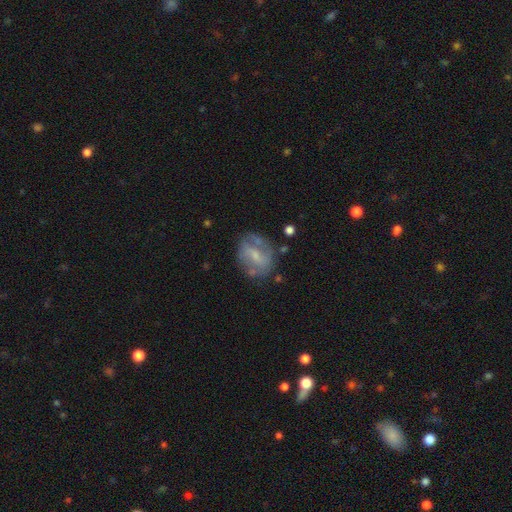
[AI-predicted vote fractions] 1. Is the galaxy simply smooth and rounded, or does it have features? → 63% featured or disk, 30% smooth, 7% star or artifact.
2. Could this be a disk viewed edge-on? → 96% no, 4% yes.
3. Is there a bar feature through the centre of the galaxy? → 48% weak, 33% no, 18% strong.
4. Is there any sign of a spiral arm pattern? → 65% yes, 35% no.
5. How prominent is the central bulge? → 52% small, 33% moderate, 12% none, 2% large, 1% dominant.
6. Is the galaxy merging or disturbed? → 64% none, 22% minor disturbance, 11% major disturbance, 4% merger.